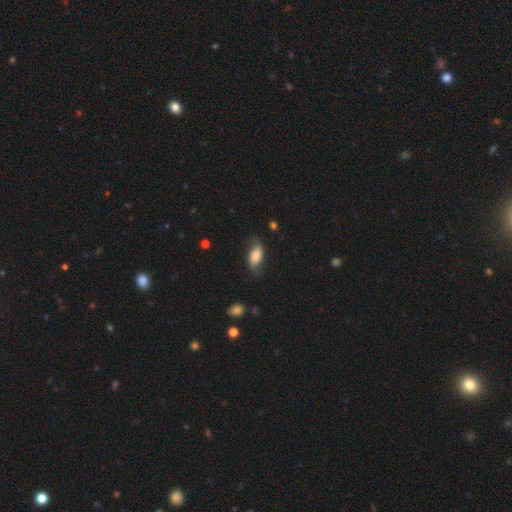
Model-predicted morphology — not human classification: Smooth or featured? smooth (65%)
How rounded? in between (87%)
Merging? none (64%)